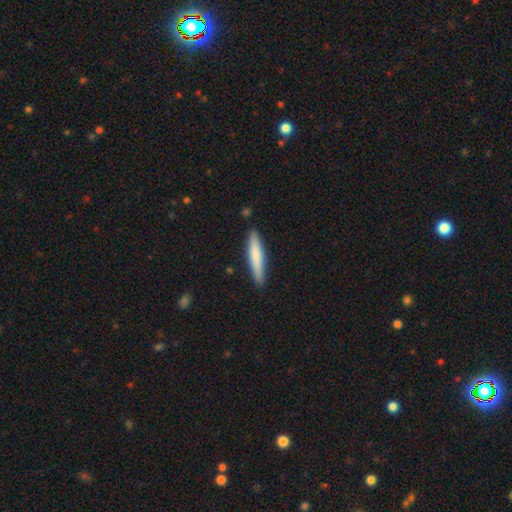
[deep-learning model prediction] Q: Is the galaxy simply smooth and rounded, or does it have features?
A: smooth — 74%.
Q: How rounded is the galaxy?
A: cigar-shaped — 91%.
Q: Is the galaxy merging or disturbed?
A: none — 88%.